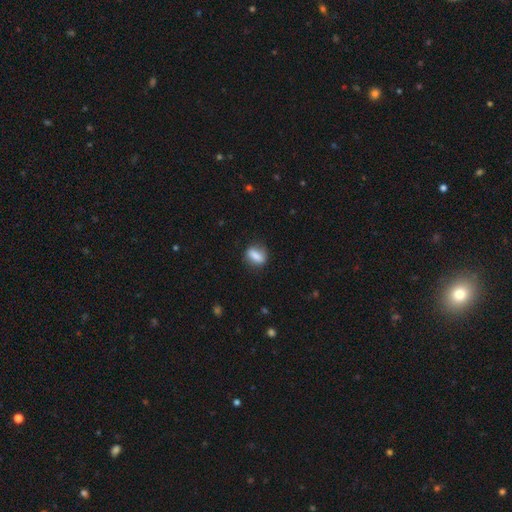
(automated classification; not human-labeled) This appears to be a smooth galaxy with no disk features (78%) that is in between round and cigar-shaped (67%). Merging: none (79%).